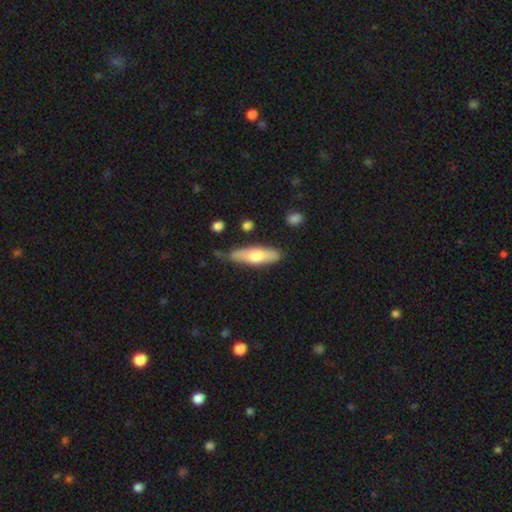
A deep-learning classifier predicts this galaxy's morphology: Smooth or featured? Predicted: smooth (p=0.58). How rounded? Predicted: cigar-shaped (p=0.60). Merging? Predicted: none (p=0.72).